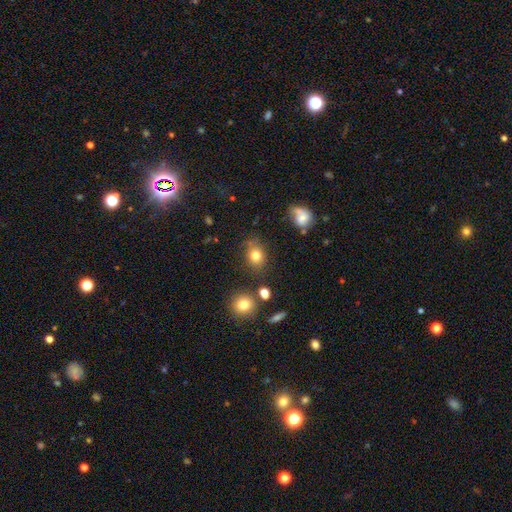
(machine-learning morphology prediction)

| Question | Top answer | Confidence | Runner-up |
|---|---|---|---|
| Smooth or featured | smooth | 78% | star or artifact (13%) |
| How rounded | in between | 51% | round (48%) |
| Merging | none | 74% | minor disturbance (16%) |